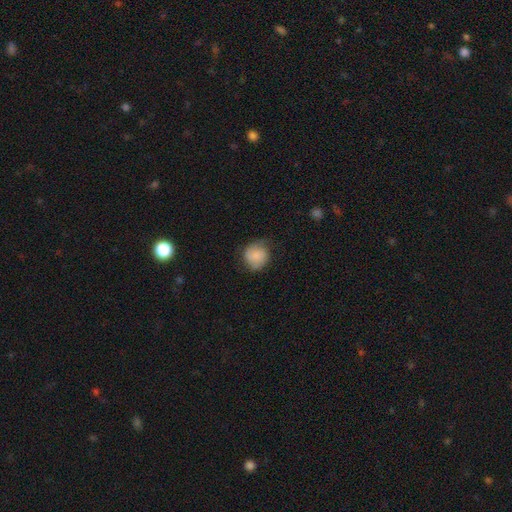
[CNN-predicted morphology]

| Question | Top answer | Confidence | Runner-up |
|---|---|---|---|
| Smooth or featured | smooth | 65% | featured or disk (28%) |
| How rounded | round | 80% | in between (19%) |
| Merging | none | 68% | minor disturbance (23%) |